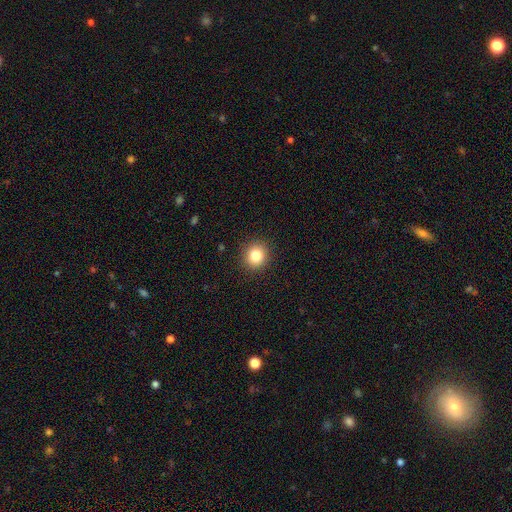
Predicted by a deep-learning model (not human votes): Q: Smooth or featured?
A: smooth (83%); runner-up: star or artifact (11%)
Q: How rounded?
A: round (86%); runner-up: in between (13%)
Q: Merging?
A: none (91%); runner-up: minor disturbance (6%)